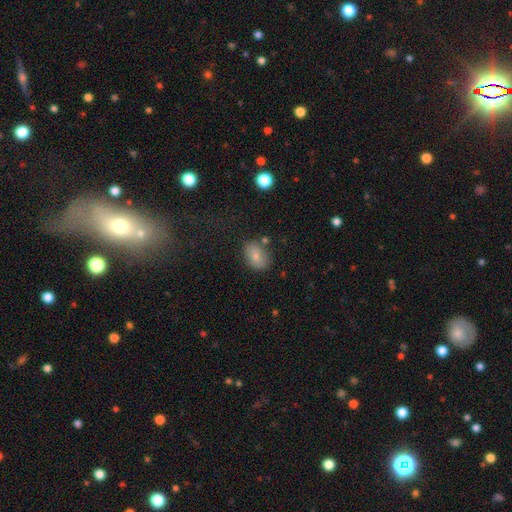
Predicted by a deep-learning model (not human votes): The model was most divided on "how rounded": in between: 80%, round: 19%, cigar-shaped: 2%. More confident: smooth or featured — smooth (78%); merging — none (76%).